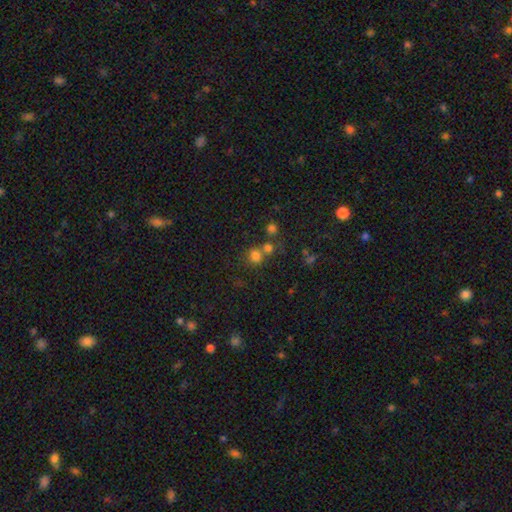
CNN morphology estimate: A smooth galaxy with no disk features (74%) that is round (85%). Merging: none (55%).